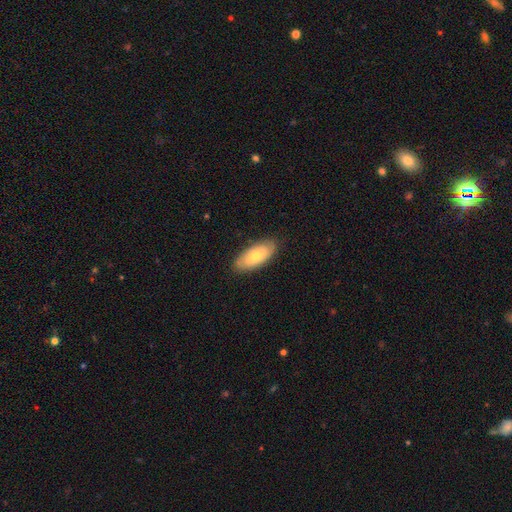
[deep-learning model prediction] Smooth or featured?
  - smooth: 66% *
  - featured or disk: 28%
  - star or artifact: 6%
How rounded?
  - in between: 88% *
  - cigar-shaped: 10%
  - round: 2%
Merging?
  - none: 85% *
  - minor disturbance: 12%
  - major disturbance: 2%
  - merger: 1%